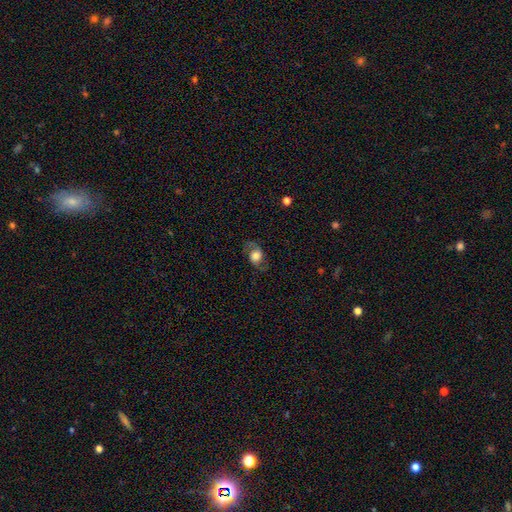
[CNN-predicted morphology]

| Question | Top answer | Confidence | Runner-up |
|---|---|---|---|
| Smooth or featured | featured or disk | 53% | smooth (38%) |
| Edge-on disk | no | 94% | yes (6%) |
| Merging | none | 72% | minor disturbance (16%) |